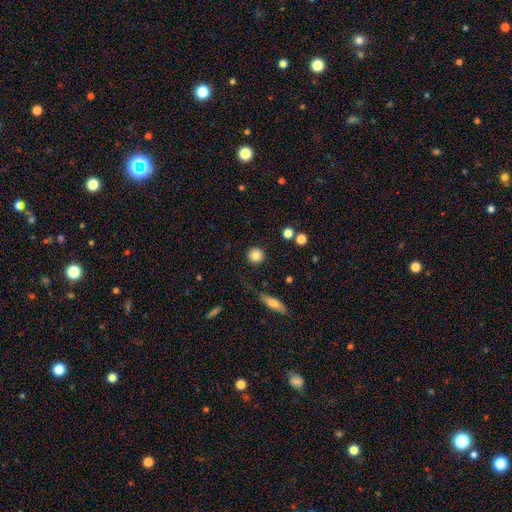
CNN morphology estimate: Q: Smooth or featured?
A: smooth (83%); runner-up: star or artifact (9%)
Q: How rounded?
A: round (93%); runner-up: in between (5%)
Q: Merging?
A: none (89%); runner-up: minor disturbance (6%)